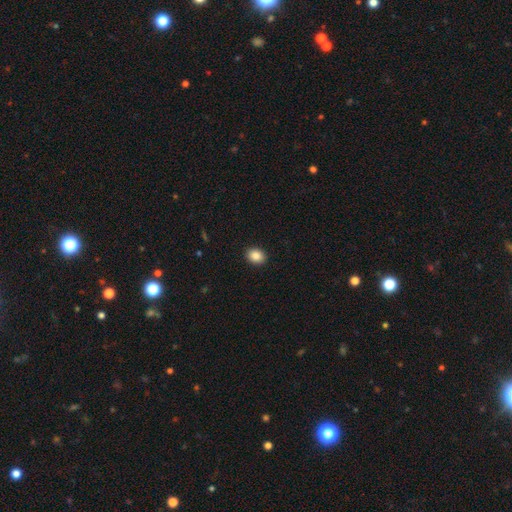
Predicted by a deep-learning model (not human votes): smooth 87%, star or artifact 9%, featured or disk 4%. Down the decision tree: how rounded — in between (52%); merging — none (91%).